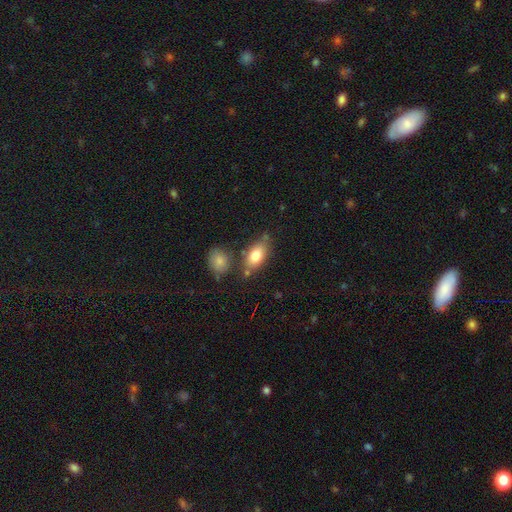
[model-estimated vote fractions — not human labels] A smooth galaxy with no disk features (78%) that is in between round and cigar-shaped (87%).

Vote fractions:
- Smooth or featured? smooth: 78% / featured or disk: 14% / star or artifact: 8%
- How rounded? in between: 87% / round: 8% / cigar-shaped: 5%
- Merging? none: 64% / minor disturbance: 18% / merger: 13% / major disturbance: 5%